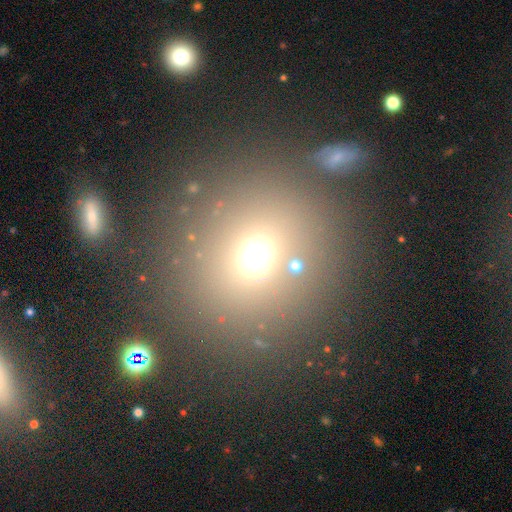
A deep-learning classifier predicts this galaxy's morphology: Smooth or featured?
  - smooth: 66% *
  - star or artifact: 24%
  - featured or disk: 10%
How rounded?
  - round: 86% *
  - in between: 13%
  - cigar-shaped: 1%
Merging?
  - none: 76% *
  - merger: 10%
  - minor disturbance: 8%
  - major disturbance: 6%